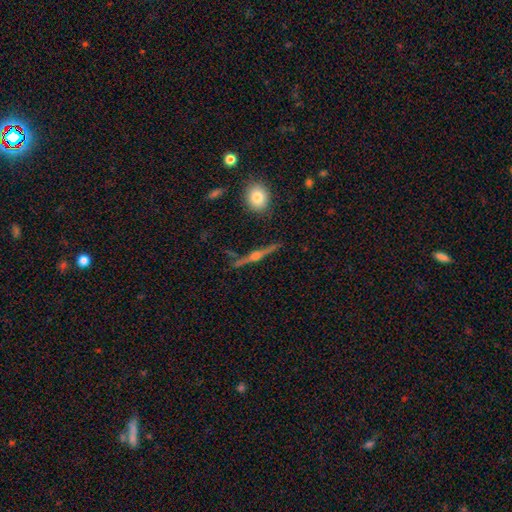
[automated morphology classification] Q: Smooth or featured?
A: featured or disk (80%); runner-up: smooth (11%)
Q: Edge-on disk?
A: yes (97%); runner-up: no (3%)
Q: Edge-on bulge?
A: rounded (92%); runner-up: boxy (4%)
Q: Merging?
A: none (87%); runner-up: minor disturbance (8%)